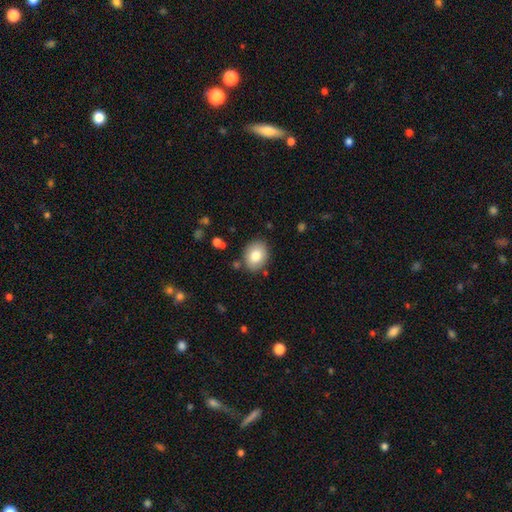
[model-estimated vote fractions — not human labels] Overall: smooth (80%). How rounded: in between (53%; round 46%). Merging: none (84%).